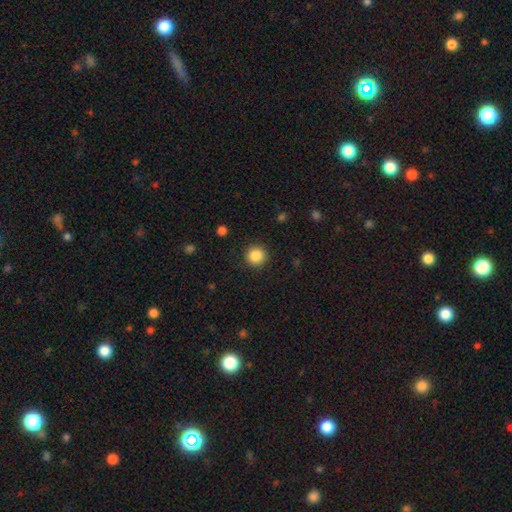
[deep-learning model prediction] smooth_or_featured: smooth (p=0.86) [alt: star or artifact p=0.10]
how_rounded: round (p=0.95) [alt: in between p=0.04]
merging: none (p=0.91) [alt: minor disturbance p=0.06]